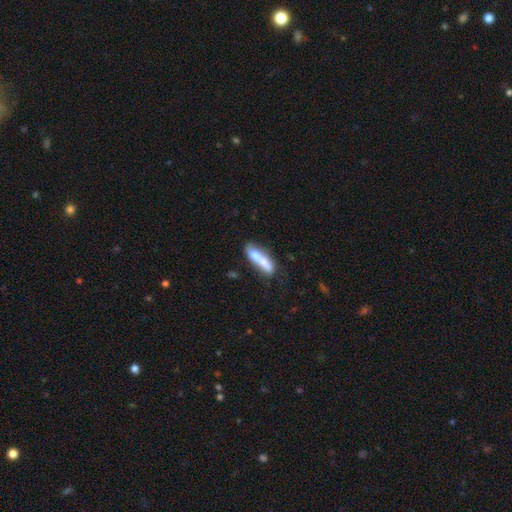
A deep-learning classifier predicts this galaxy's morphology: Smooth or featured? Predicted: smooth (p=0.61). How rounded? Predicted: cigar-shaped (p=0.48). Merging? Predicted: merger (p=0.53).